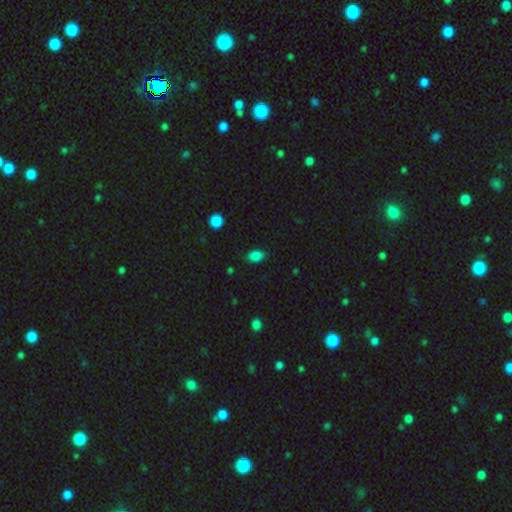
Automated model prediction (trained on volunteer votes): Smooth or featured? smooth (85%)
How rounded? in between (80%)
Merging? none (83%)